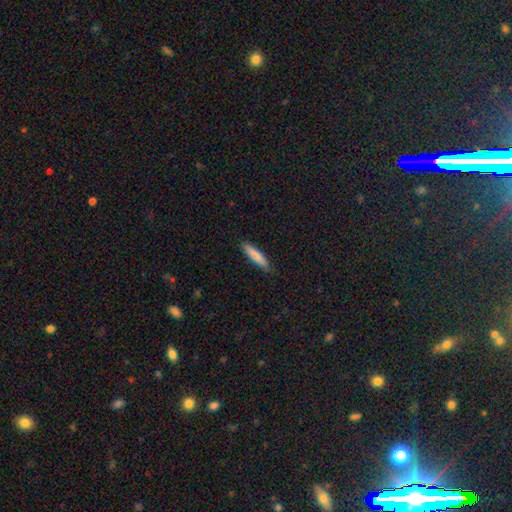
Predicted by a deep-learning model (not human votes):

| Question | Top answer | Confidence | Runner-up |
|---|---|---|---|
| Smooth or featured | smooth | 78% | featured or disk (17%) |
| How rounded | cigar-shaped | 84% | in between (15%) |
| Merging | none | 87% | minor disturbance (11%) |